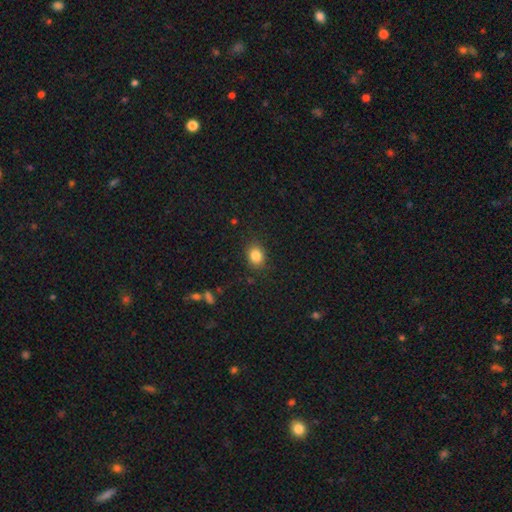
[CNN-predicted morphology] A smooth galaxy with no disk features (84%) that is round (53%). Merging: none (86%).